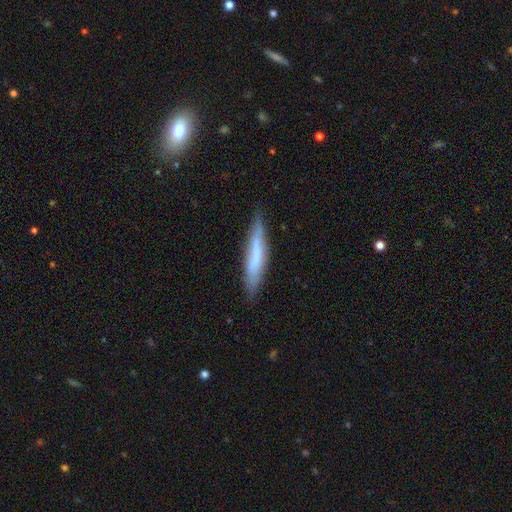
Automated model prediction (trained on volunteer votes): smooth 59%, featured or disk 34%, star or artifact 7%. Down the decision tree: how rounded — cigar-shaped (89%); merging — none (77%).